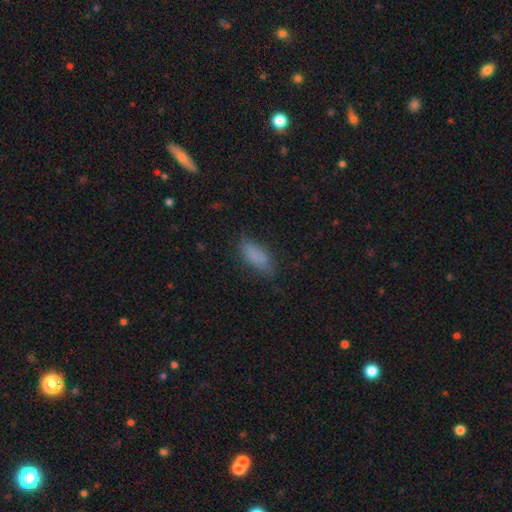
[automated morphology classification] smooth-or-featured: smooth: 83% | star or artifact: 9% | featured or disk: 8%
  how-rounded: in between: 73% | cigar-shaped: 24% | round: 2%
  merging: none: 72% | minor disturbance: 20% | major disturbance: 7% | merger: 2%